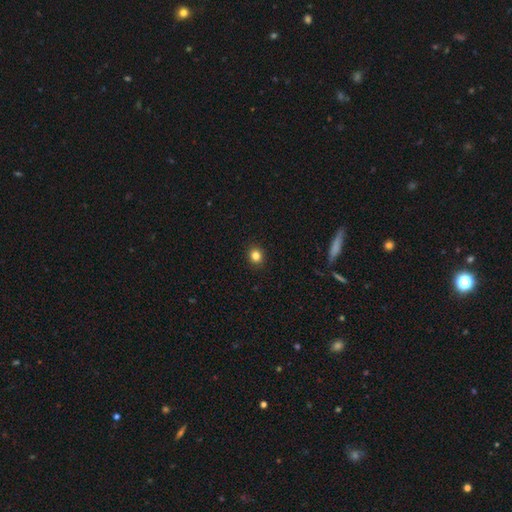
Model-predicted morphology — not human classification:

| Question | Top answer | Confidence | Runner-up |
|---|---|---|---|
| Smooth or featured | smooth | 83% | star or artifact (12%) |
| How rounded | round | 80% | in between (19%) |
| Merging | none | 91% | minor disturbance (6%) |